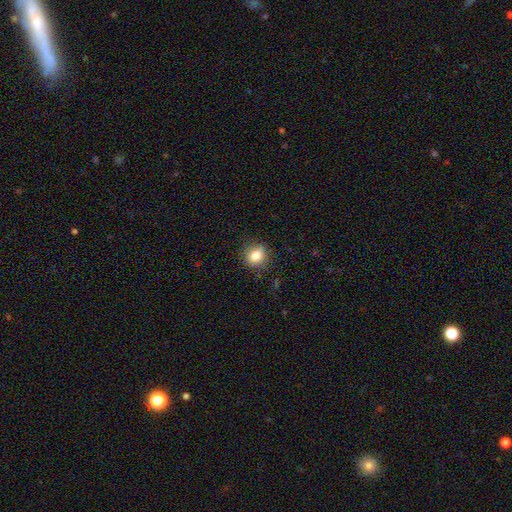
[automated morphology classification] This appears to be a smooth galaxy with no disk features (82%) that is round (67%). Merging: none (84%).